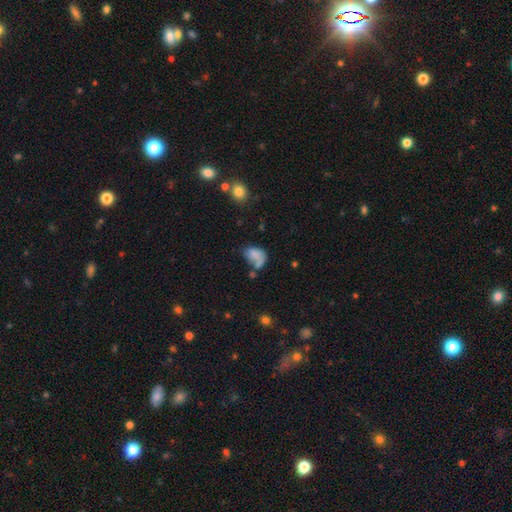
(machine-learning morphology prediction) Overall: smooth (69%). How rounded: in between (80%). Merging: none (29%; minor disturbance 25%).